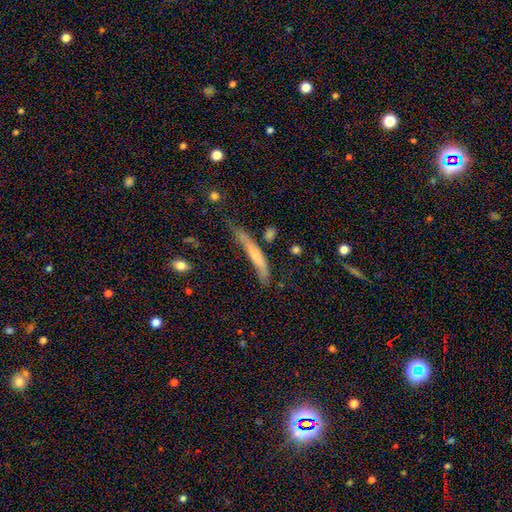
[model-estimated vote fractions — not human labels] Q: Smooth or featured?
A: smooth (56%); runner-up: featured or disk (36%)
Q: How rounded?
A: cigar-shaped (90%); runner-up: in between (8%)
Q: Merging?
A: none (38%); runner-up: minor disturbance (32%)